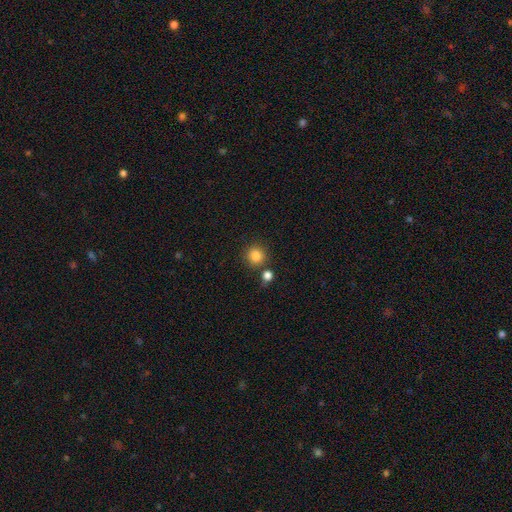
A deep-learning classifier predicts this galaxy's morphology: type=smooth (85%); roundness=round (90%); merging=none (78%).